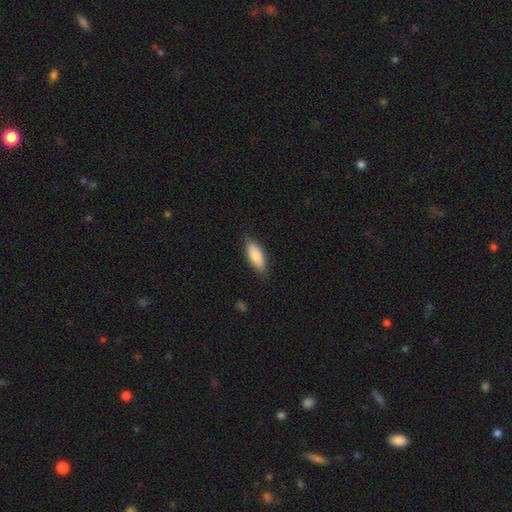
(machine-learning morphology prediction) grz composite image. It shows a smooth galaxy with no disk features (84%) that is in between round and cigar-shaped (77%). Merging: none (81%).